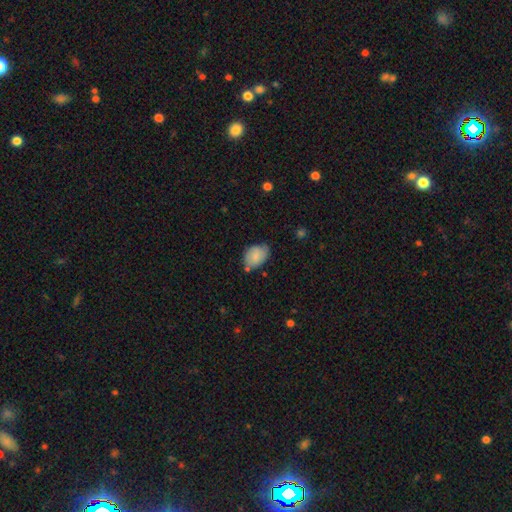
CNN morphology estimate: smooth-or-featured: smooth: 82% | featured or disk: 11% | star or artifact: 7%
  how-rounded: in between: 86% | round: 13% | cigar-shaped: 1%
  merging: none: 66% | minor disturbance: 25% | major disturbance: 4% | merger: 4%